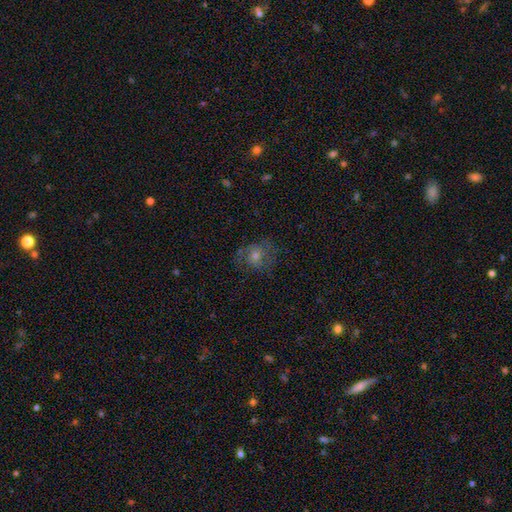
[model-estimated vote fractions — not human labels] Morphology: type=featured or disk (44%); merging=none (66%).